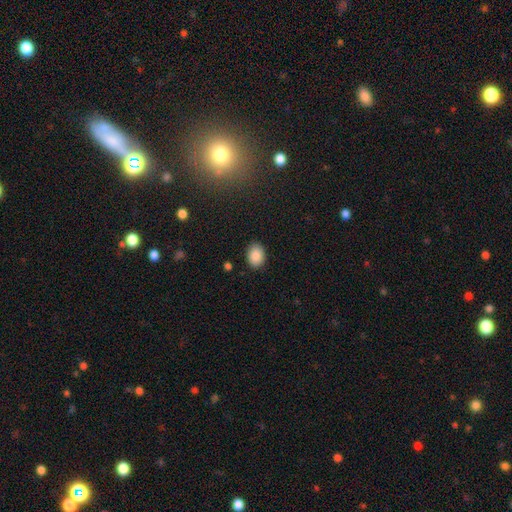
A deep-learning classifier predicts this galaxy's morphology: Smooth or featured?
  - smooth: 89% *
  - star or artifact: 8%
  - featured or disk: 4%
How rounded?
  - in between: 71% *
  - round: 28%
  - cigar-shaped: 1%
Merging?
  - none: 86% *
  - minor disturbance: 10%
  - major disturbance: 2%
  - merger: 1%